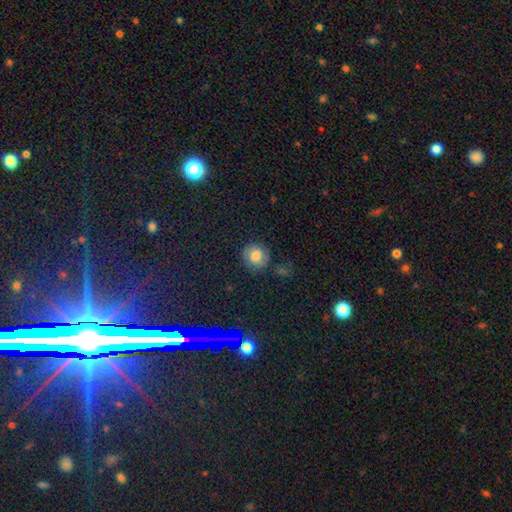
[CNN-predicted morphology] smooth-or-featured: smooth: 71% | featured or disk: 15% | star or artifact: 14%
  how-rounded: round: 87% | in between: 12% | cigar-shaped: 1%
  merging: none: 79% | minor disturbance: 14% | major disturbance: 5% | merger: 2%